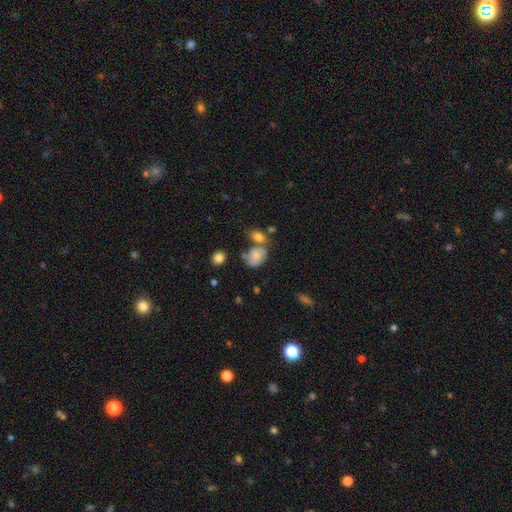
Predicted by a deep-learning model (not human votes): This is likely a smooth galaxy (62%). How rounded: likely in between (65%). Merging: marginally none (39%).